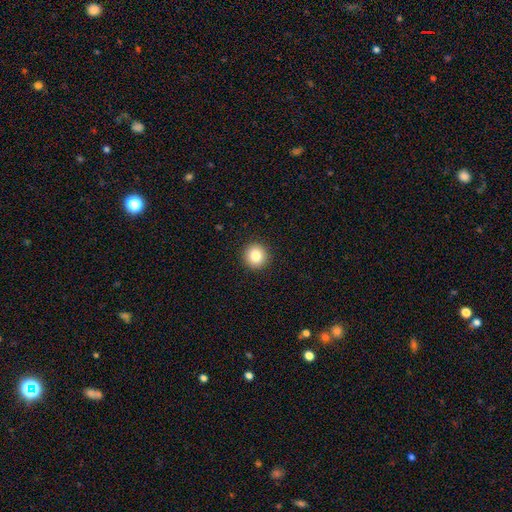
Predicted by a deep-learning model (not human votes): smooth 84%, star or artifact 10%, featured or disk 6%. Down the decision tree: how rounded — round (93%); merging — none (93%).